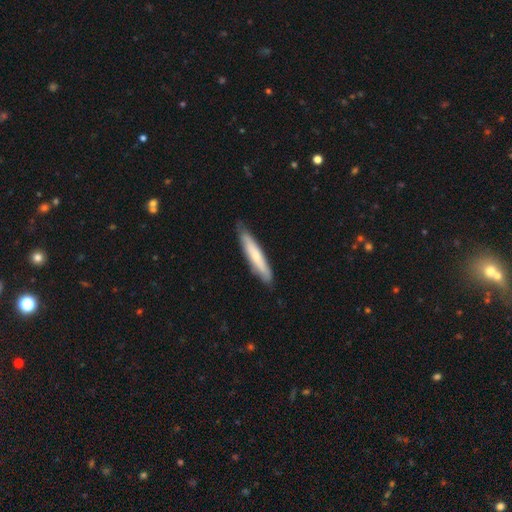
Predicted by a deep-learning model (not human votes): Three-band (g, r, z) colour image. It shows a smooth galaxy with no disk features (63%) that is cigar-shaped (90%). Merging: none (81%).